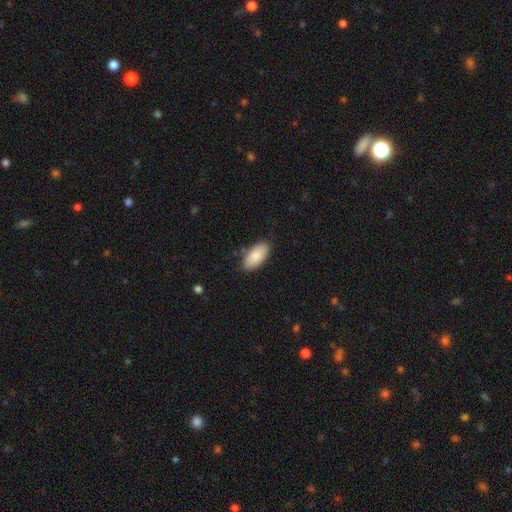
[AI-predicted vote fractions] Smooth or featured?
  - smooth: 87% *
  - featured or disk: 7%
  - star or artifact: 6%
How rounded?
  - in between: 94% *
  - cigar-shaped: 4%
  - round: 2%
Merging?
  - none: 84% *
  - minor disturbance: 12%
  - major disturbance: 2%
  - merger: 2%